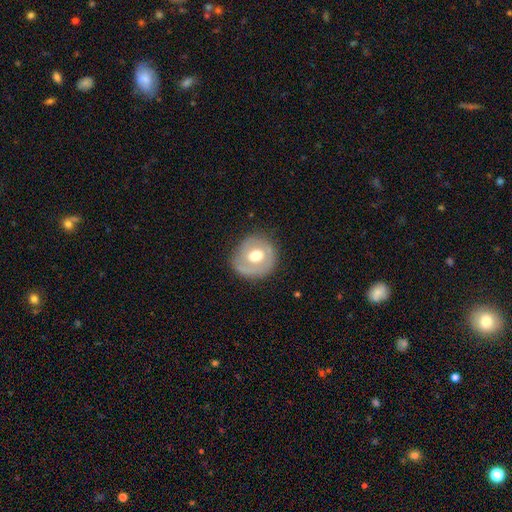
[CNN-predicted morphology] This is possibly a featured or disk galaxy (49%). Merging: likely none (76%).